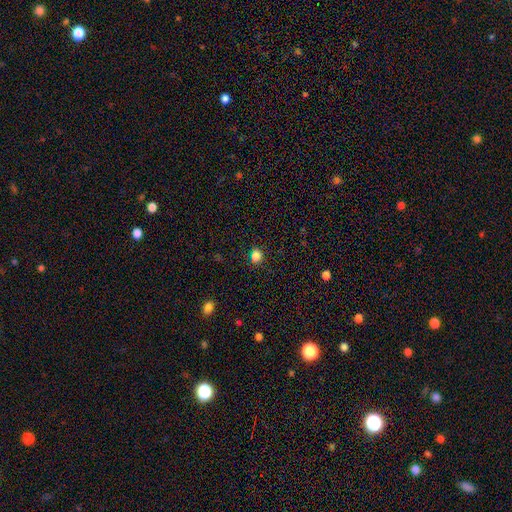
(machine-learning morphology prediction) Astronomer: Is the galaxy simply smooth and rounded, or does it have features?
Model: smooth — 83%.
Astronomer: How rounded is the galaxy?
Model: round — 66%.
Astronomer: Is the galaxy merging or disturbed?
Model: none — 85%.